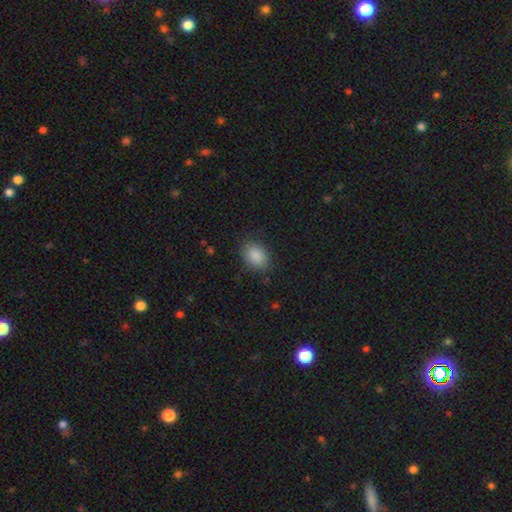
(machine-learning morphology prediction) Q: Smooth or featured?
A: smooth (88%); runner-up: star or artifact (8%)
Q: How rounded?
A: in between (75%); runner-up: round (24%)
Q: Merging?
A: none (82%); runner-up: minor disturbance (13%)